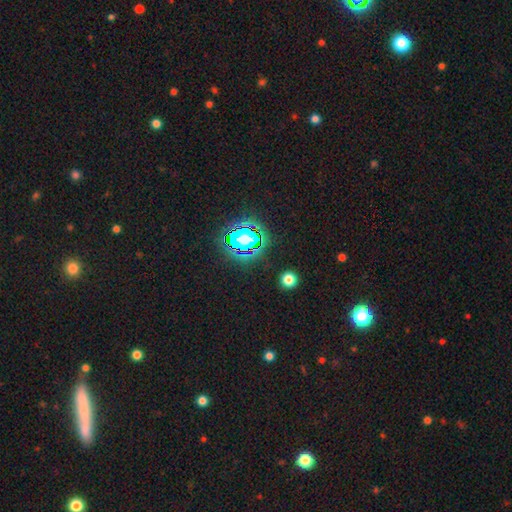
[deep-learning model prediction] Smooth or featured?
  - star or artifact: 81% *
  - smooth: 11%
  - featured or disk: 7%